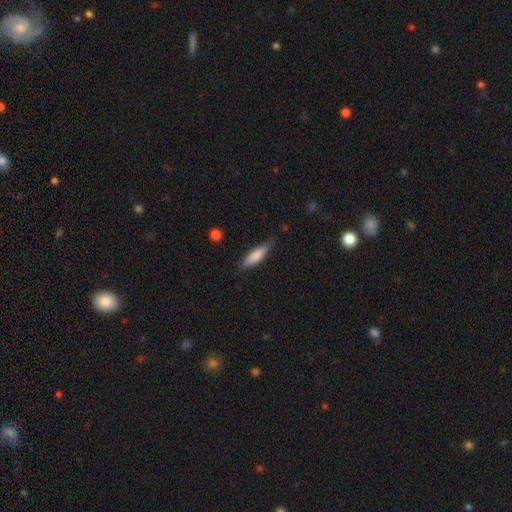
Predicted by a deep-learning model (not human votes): Q: Smooth or featured?
A: smooth (80%); runner-up: featured or disk (14%)
Q: How rounded?
A: cigar-shaped (59%); runner-up: in between (40%)
Q: Merging?
A: none (73%); runner-up: minor disturbance (21%)